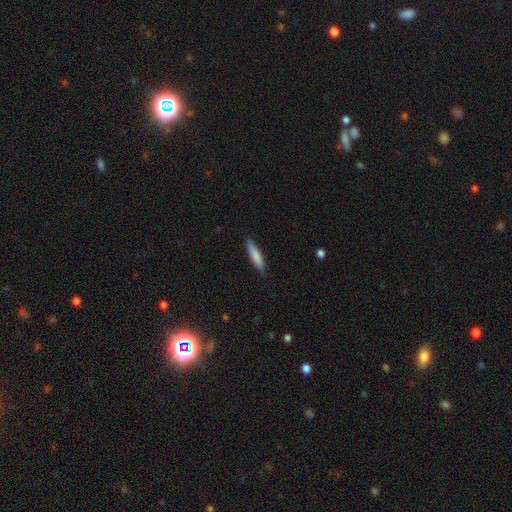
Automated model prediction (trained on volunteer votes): Smooth or featured? Predicted: smooth (p=0.79). How rounded? Predicted: cigar-shaped (p=0.82). Merging? Predicted: none (p=0.84).